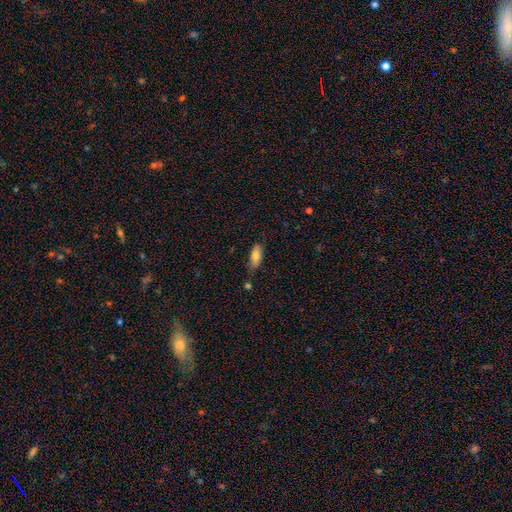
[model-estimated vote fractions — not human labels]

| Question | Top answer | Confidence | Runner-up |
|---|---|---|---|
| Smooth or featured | smooth | 76% | featured or disk (17%) |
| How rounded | in between | 76% | cigar-shaped (22%) |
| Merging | none | 73% | minor disturbance (20%) |